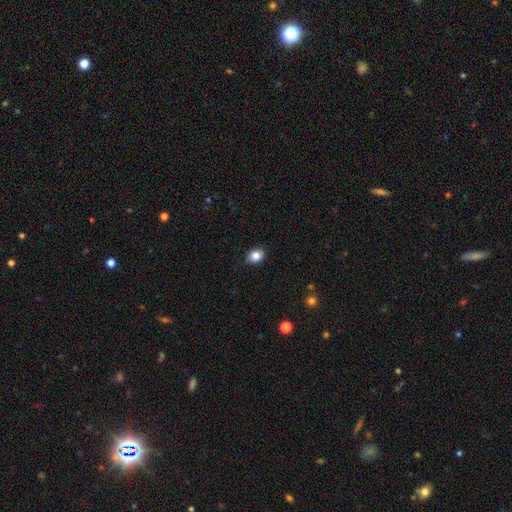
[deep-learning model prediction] Overall: smooth (85%). How rounded: in between (57%; round 42%). Merging: none (88%).